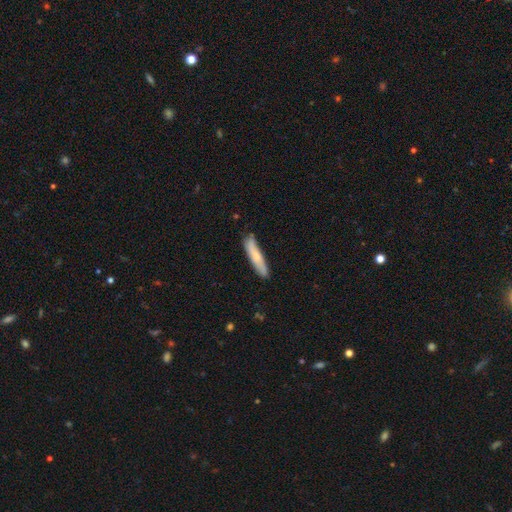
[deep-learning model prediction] Smooth or featured? smooth (69%)
How rounded? cigar-shaped (87%)
Merging? none (79%)